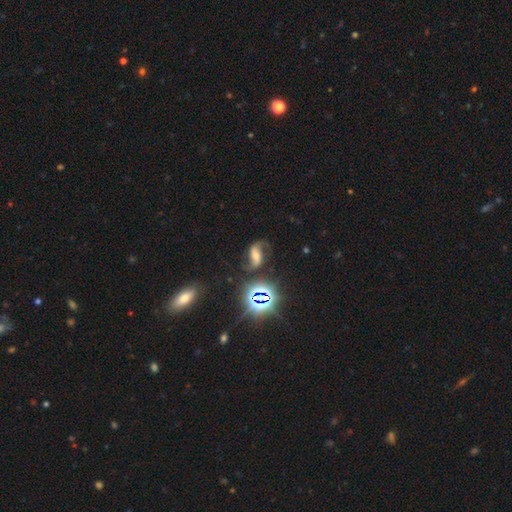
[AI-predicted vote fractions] Morphology: type=featured or disk (69%); edge-on=no (96%); bar=strong (41%); spiral arms=yes (93%); winding=loose (67%); arm count=2 (89%); bulge=moderate (50%); merging=none (68%).